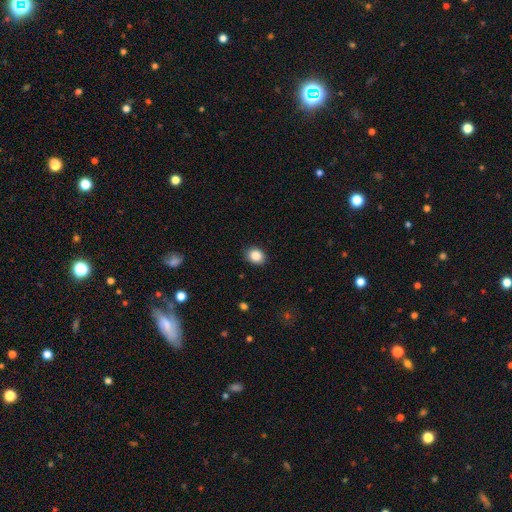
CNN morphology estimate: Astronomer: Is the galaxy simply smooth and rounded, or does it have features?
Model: smooth — 88%.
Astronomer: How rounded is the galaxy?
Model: round — 52% (runner-up: in between, 47%).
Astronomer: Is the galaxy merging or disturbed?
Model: none — 89%.